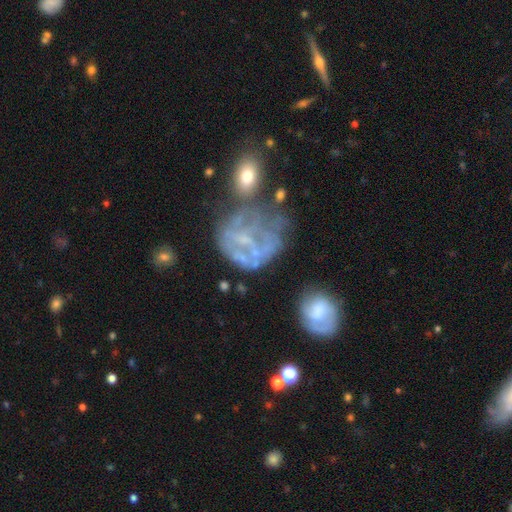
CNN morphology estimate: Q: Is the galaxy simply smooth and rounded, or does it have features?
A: featured or disk — 60%.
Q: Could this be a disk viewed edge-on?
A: no — 97%.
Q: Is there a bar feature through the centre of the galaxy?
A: no — 73%.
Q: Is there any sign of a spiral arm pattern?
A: no — 73%.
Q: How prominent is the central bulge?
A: none — 58%.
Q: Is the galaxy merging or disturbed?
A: none — 33%.